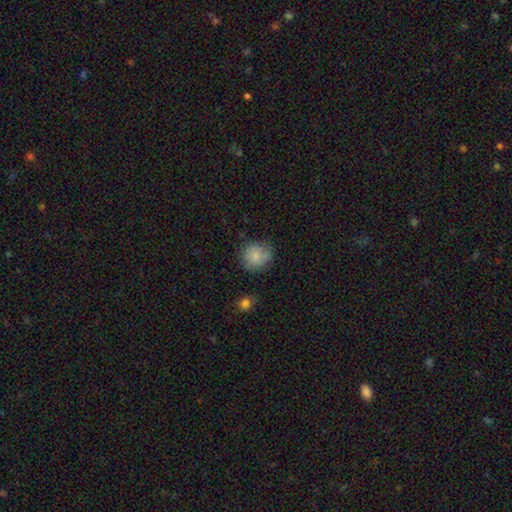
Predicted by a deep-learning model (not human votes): A smooth galaxy with no disk features (83%) that is round (83%). Merging: none (71%).